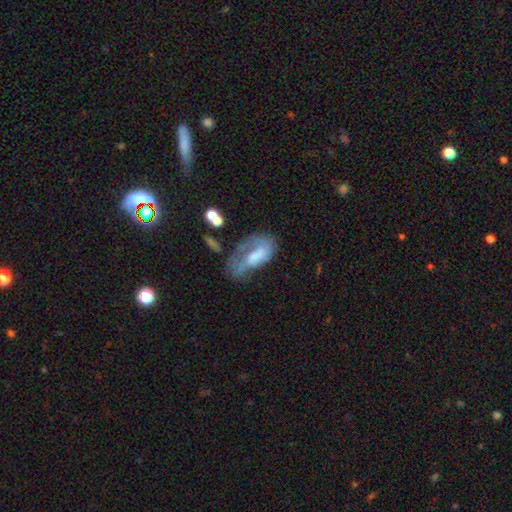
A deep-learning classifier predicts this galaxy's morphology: smooth_or_featured: featured or disk (p=0.46) [alt: smooth p=0.42]
merging: major disturbance (p=0.40) [alt: none p=0.28]